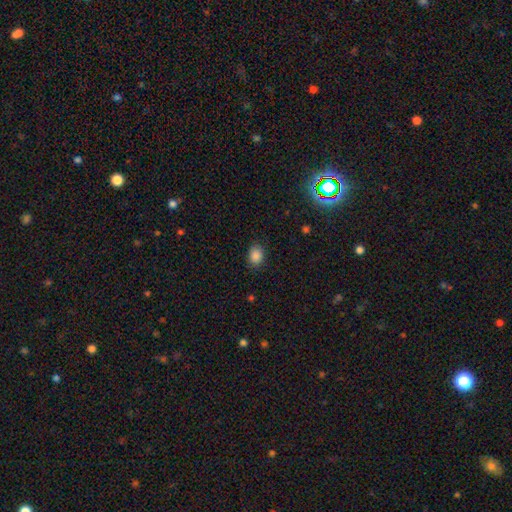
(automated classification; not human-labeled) smooth_or_featured: smooth (p=0.87) [alt: star or artifact p=0.10]
how_rounded: in between (p=0.65) [alt: round p=0.35]
merging: none (p=0.85) [alt: minor disturbance p=0.11]